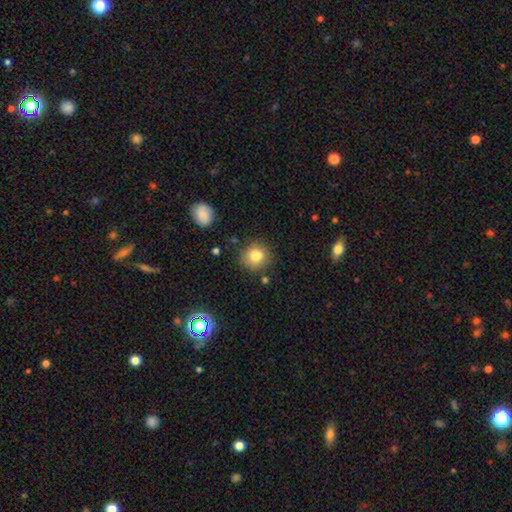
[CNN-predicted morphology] Overall: smooth (80%). How rounded: round (83%). Merging: none (79%).